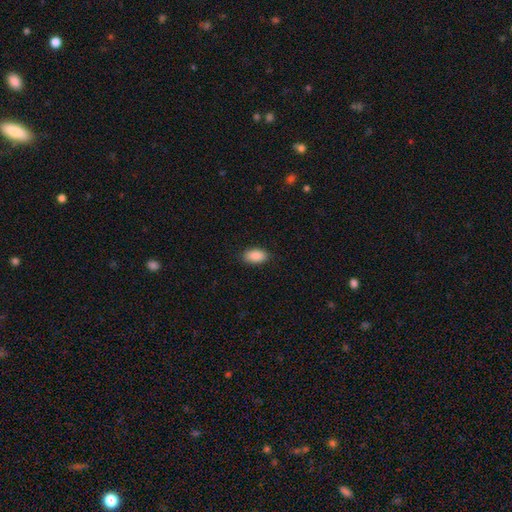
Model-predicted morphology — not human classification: smooth 90%, star or artifact 6%, featured or disk 3%. Down the decision tree: how rounded — in between (94%); merging — none (88%).